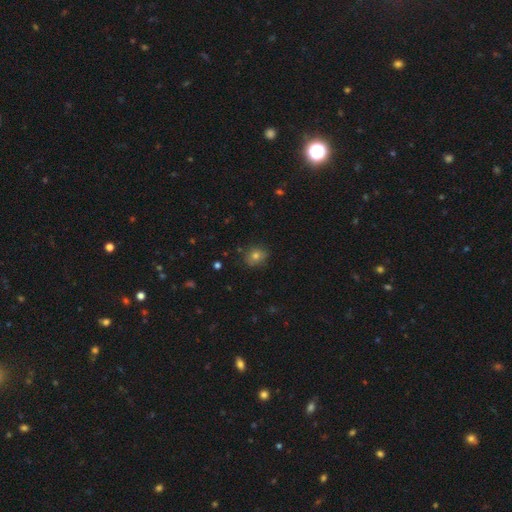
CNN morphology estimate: A smooth galaxy with no disk features (74%) that is round (69%). Merging: none (83%).